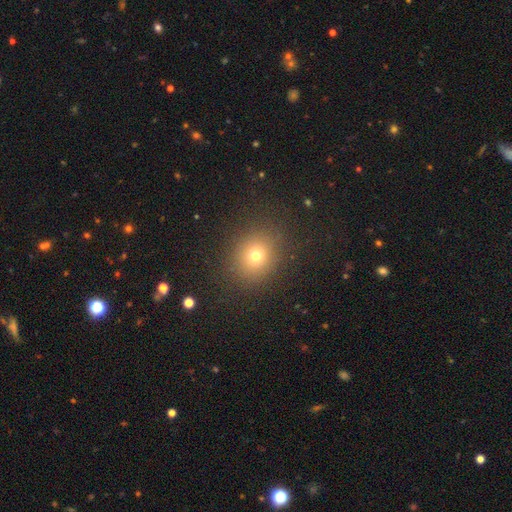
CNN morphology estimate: Overall: smooth (72%). How rounded: round (76%). Merging: none (86%).